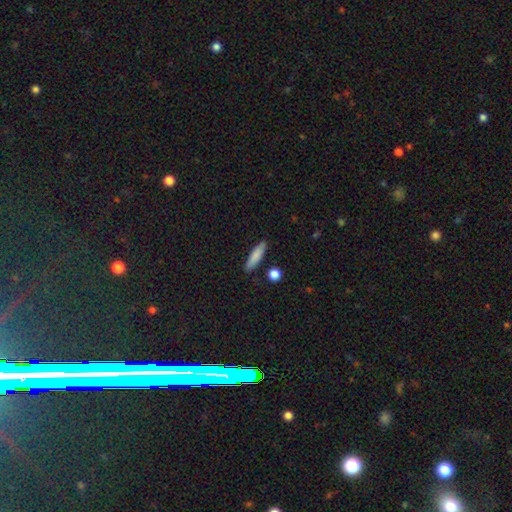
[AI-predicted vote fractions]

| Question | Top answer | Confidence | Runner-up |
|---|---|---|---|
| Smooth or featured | smooth | 82% | featured or disk (12%) |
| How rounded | cigar-shaped | 73% | in between (24%) |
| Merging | none | 86% | minor disturbance (9%) |